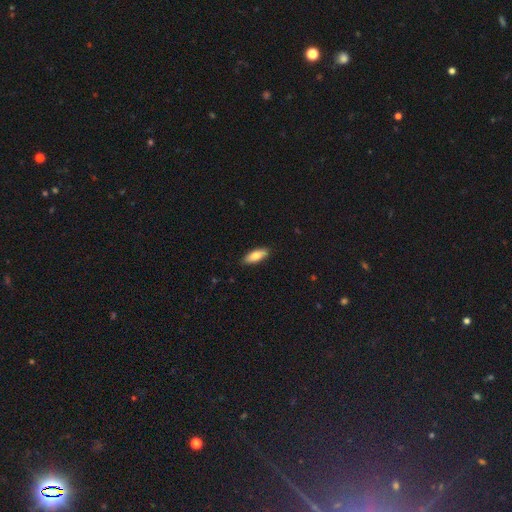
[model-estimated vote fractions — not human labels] Q: Smooth or featured?
A: smooth (79%); runner-up: featured or disk (15%)
Q: How rounded?
A: in between (70%); runner-up: cigar-shaped (28%)
Q: Merging?
A: none (89%); runner-up: minor disturbance (9%)